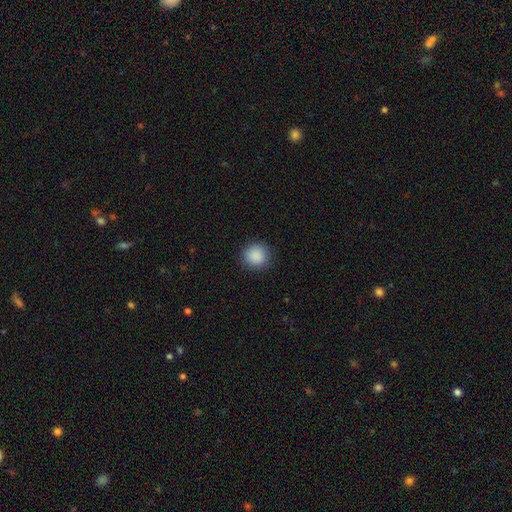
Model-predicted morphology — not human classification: This appears to be a smooth galaxy with no disk features (89%) that is round (91%). Merging: none (90%).